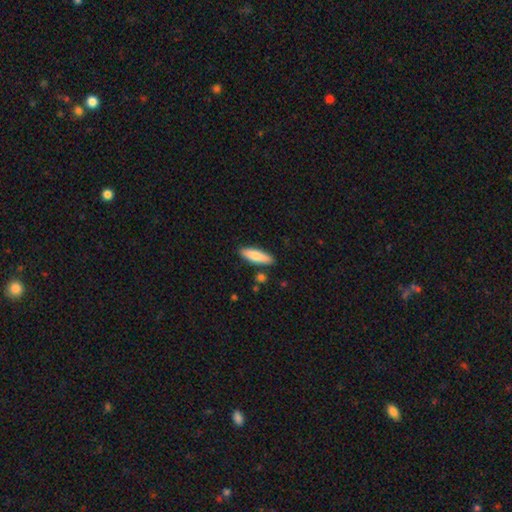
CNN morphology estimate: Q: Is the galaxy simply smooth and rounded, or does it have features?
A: smooth — 77%.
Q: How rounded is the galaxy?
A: cigar-shaped — 57%.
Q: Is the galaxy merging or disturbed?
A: none — 85%.